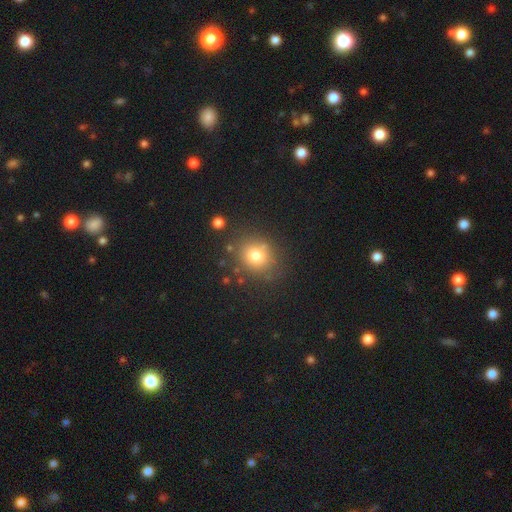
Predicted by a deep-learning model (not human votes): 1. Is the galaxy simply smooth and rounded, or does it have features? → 76% smooth, 14% star or artifact, 10% featured or disk.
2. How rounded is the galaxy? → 75% round, 24% in between, 1% cigar-shaped.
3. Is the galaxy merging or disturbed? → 79% none, 11% minor disturbance, 5% merger, 5% major disturbance.